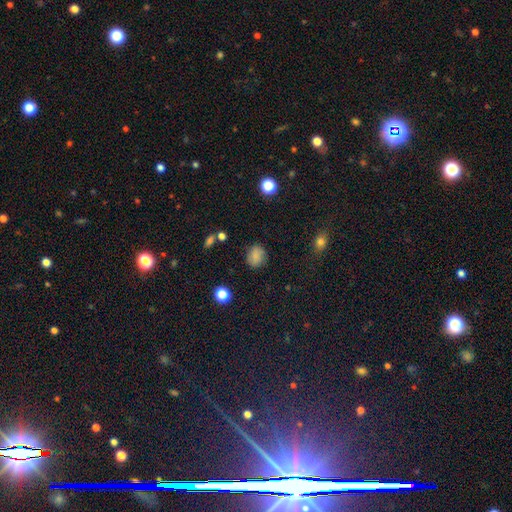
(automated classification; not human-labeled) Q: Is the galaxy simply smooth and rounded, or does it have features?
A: smooth — 78%.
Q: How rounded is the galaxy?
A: round — 63%.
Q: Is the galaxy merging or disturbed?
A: none — 79%.